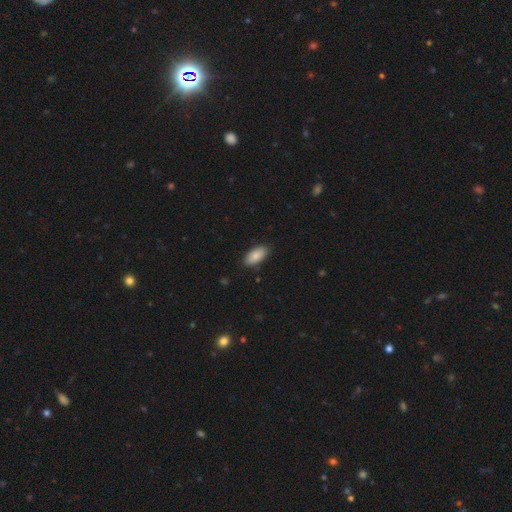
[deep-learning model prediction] Smooth or featured?
  - smooth: 87% *
  - star or artifact: 7%
  - featured or disk: 6%
How rounded?
  - in between: 92% *
  - cigar-shaped: 6%
  - round: 2%
Merging?
  - none: 86% *
  - minor disturbance: 10%
  - major disturbance: 2%
  - merger: 1%